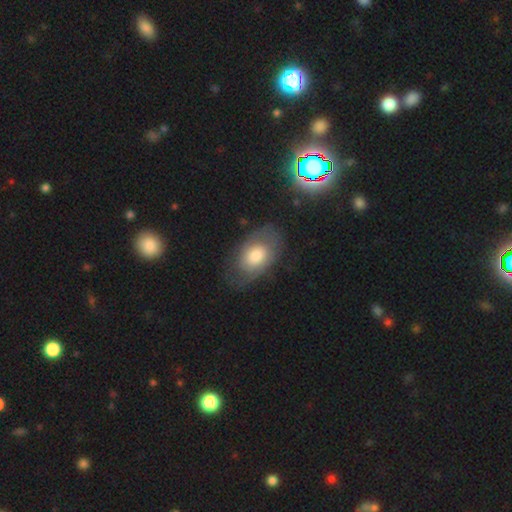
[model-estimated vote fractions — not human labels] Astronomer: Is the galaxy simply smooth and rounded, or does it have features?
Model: smooth — 52% (runner-up: featured or disk, 41%).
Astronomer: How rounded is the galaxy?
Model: in between — 87%.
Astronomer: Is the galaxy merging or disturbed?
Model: none — 66%.